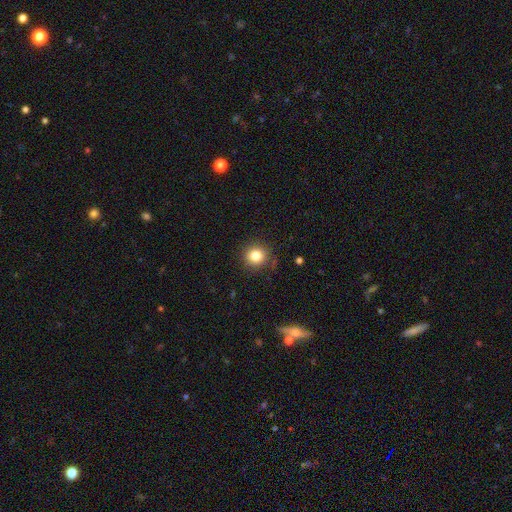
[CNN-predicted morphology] Overall: smooth (82%). How rounded: round (92%). Merging: none (87%).